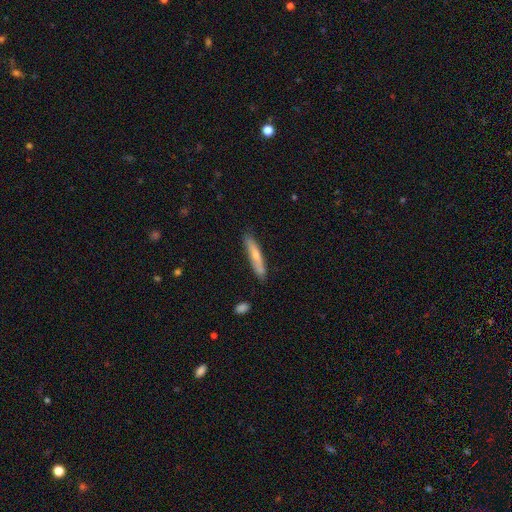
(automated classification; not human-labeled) A smooth galaxy with no disk features (63%) that is cigar-shaped (91%).

Vote fractions:
- Smooth or featured? smooth: 63% / featured or disk: 32% / star or artifact: 6%
- How rounded? cigar-shaped: 91% / in between: 8% / round: 1%
- Merging? none: 80% / minor disturbance: 15% / merger: 2% / major disturbance: 2%